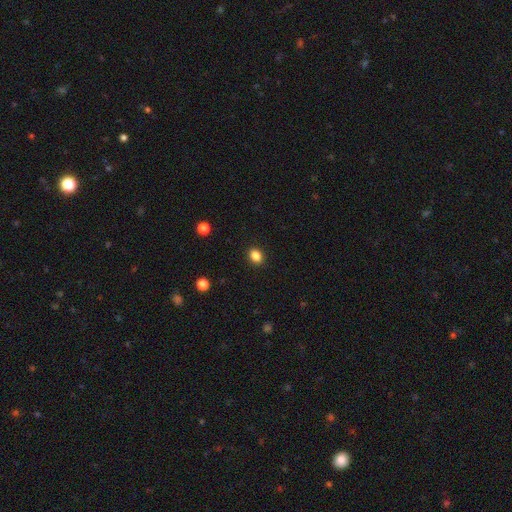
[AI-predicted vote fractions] smooth_or_featured: smooth (p=0.86) [alt: star or artifact p=0.11]
how_rounded: in between (p=0.51) [alt: round p=0.48]
merging: none (p=0.91) [alt: minor disturbance p=0.06]